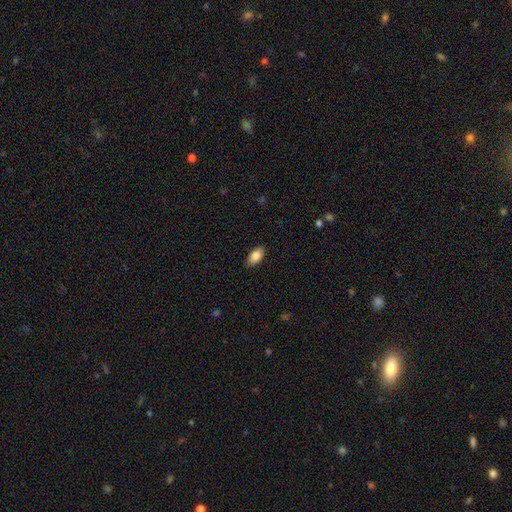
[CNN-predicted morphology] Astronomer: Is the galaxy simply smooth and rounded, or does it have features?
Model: smooth — 86%.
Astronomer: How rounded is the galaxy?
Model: in between — 93%.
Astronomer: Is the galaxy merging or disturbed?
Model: none — 88%.